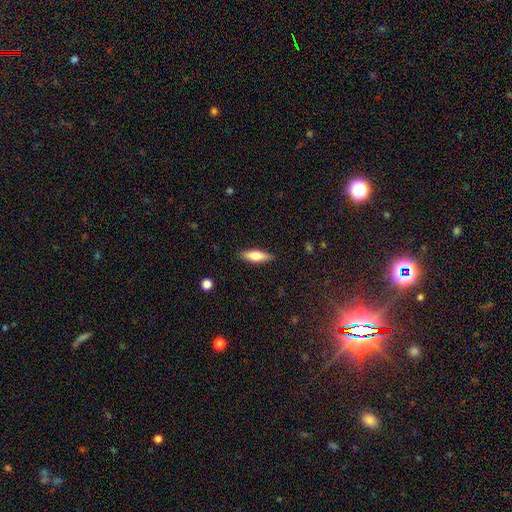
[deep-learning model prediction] smooth-or-featured: smooth: 66% | featured or disk: 27% | star or artifact: 6%
  how-rounded: in between: 50% | cigar-shaped: 48% | round: 2%
  merging: none: 88% | minor disturbance: 8% | major disturbance: 2% | merger: 1%